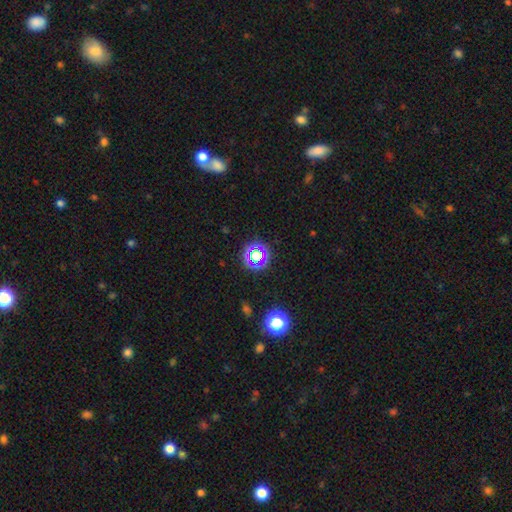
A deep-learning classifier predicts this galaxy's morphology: This appears to be a star or artifact, not a galaxy (62%).